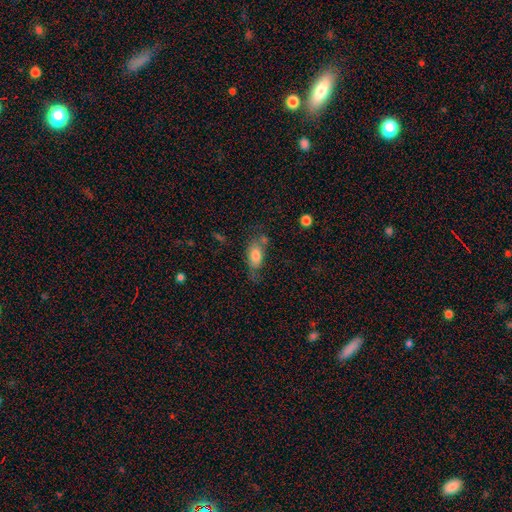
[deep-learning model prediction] smooth 76%, featured or disk 16%, star or artifact 8%. Down the decision tree: how rounded — in between (87%); merging — none (48%).